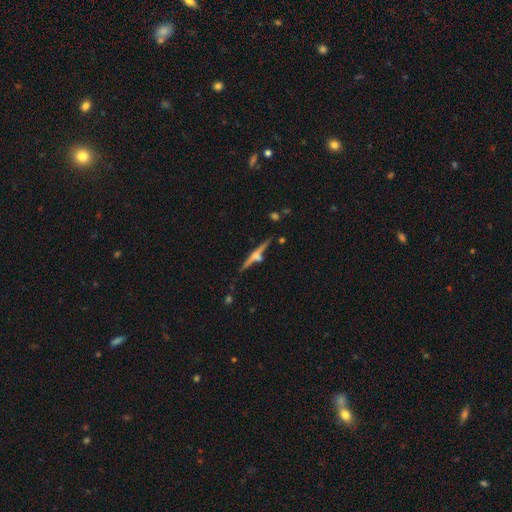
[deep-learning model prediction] featured or disk 75%, smooth 17%, star or artifact 8%. Down the decision tree: edge-on disk — yes (97%); edge-on bulge — rounded (80%); merging — none (76%).